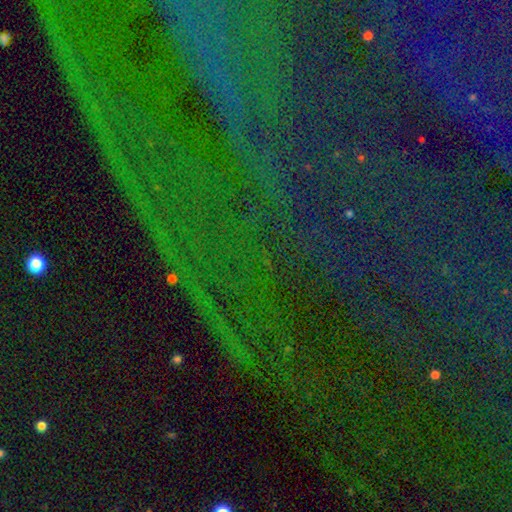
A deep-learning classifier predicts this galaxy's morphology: Smooth or featured? Predicted: star or artifact (p=0.84).